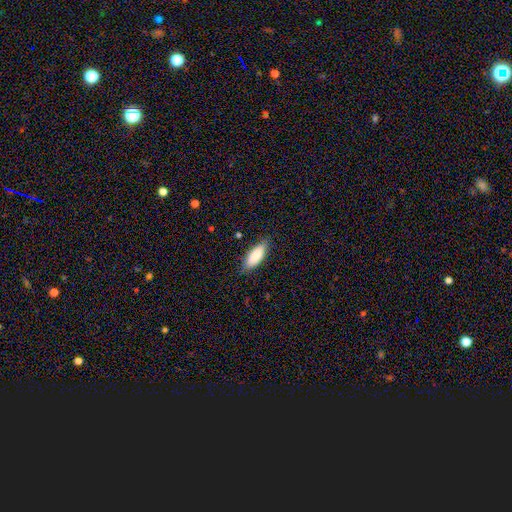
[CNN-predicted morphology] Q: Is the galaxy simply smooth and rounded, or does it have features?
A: smooth — 86%.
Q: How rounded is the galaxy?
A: in between — 75%.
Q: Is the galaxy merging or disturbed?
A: none — 82%.